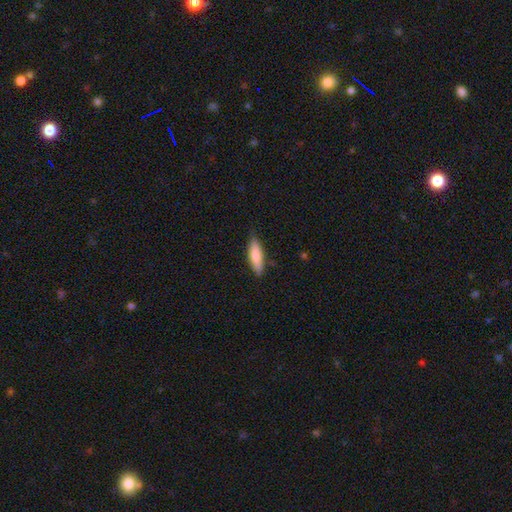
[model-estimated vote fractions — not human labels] Smooth or featured? Predicted: smooth (p=0.81). How rounded? Predicted: cigar-shaped (p=0.54). Merging? Predicted: none (p=0.82).